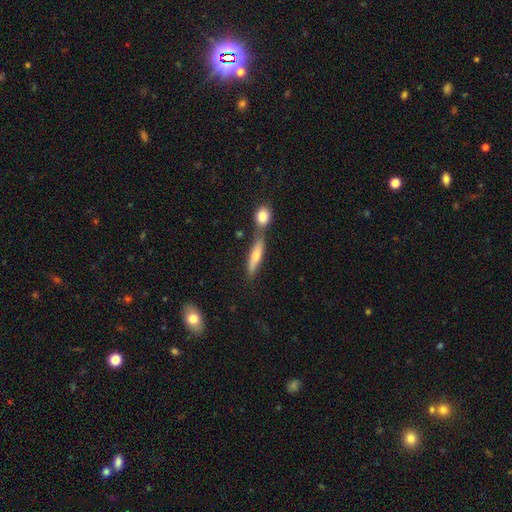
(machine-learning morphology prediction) Overall: smooth (66%; featured or disk 27%). How rounded: cigar-shaped (71%). Merging: none (49%; merger 34%).